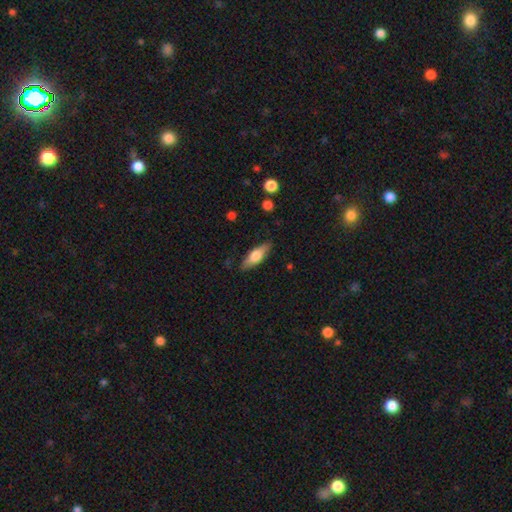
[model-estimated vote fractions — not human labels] Q: Smooth or featured?
A: smooth (66%); runner-up: featured or disk (28%)
Q: How rounded?
A: in between (60%); runner-up: cigar-shaped (38%)
Q: Merging?
A: none (84%); runner-up: minor disturbance (12%)